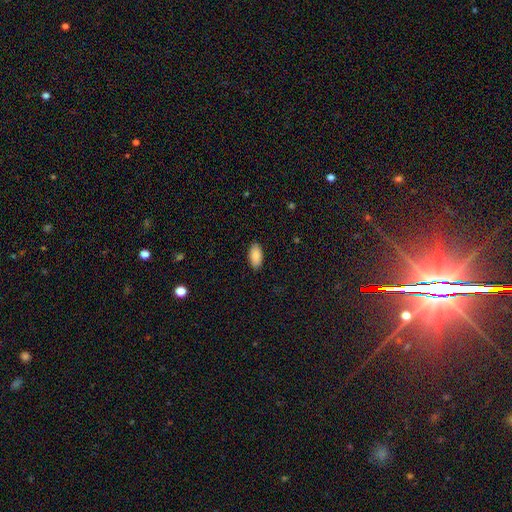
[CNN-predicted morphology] smooth_or_featured: smooth (p=0.89) [alt: star or artifact p=0.07]
how_rounded: in between (p=0.94) [alt: cigar-shaped p=0.03]
merging: none (p=0.89) [alt: minor disturbance p=0.08]